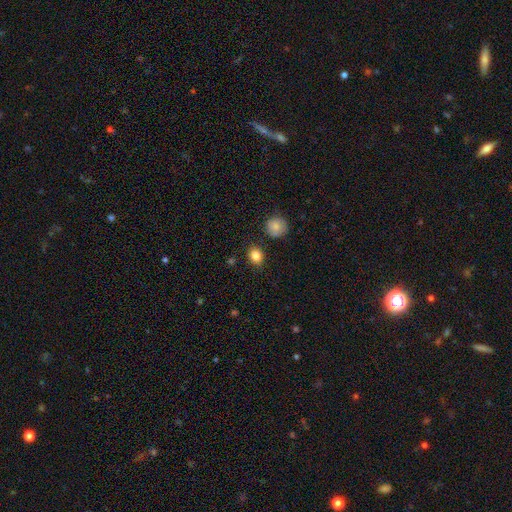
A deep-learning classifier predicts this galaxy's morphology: The model was most divided on "how rounded": round: 61%, in between: 38%, cigar-shaped: 1%. More confident: merging — none (86%); smooth or featured — smooth (85%).